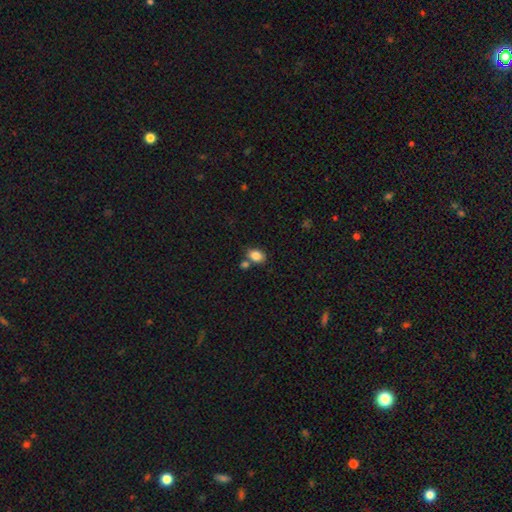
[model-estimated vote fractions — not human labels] smooth-or-featured: smooth: 85% | star or artifact: 9% | featured or disk: 6%
  how-rounded: in between: 76% | round: 23% | cigar-shaped: 1%
  merging: none: 64% | merger: 21% | minor disturbance: 12% | major disturbance: 3%